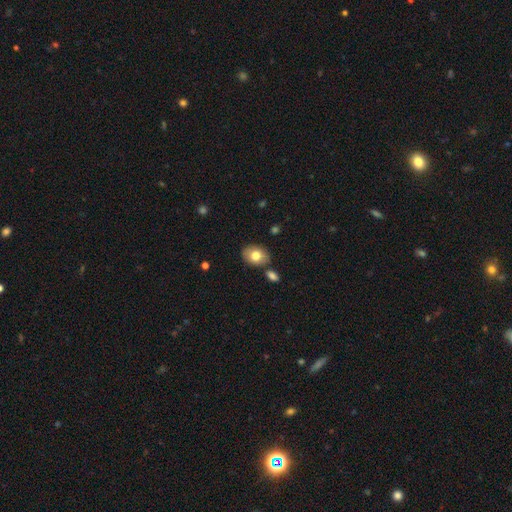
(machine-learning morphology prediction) Q: Smooth or featured?
A: smooth (77%); runner-up: featured or disk (16%)
Q: How rounded?
A: in between (73%); runner-up: round (26%)
Q: Merging?
A: none (79%); runner-up: minor disturbance (12%)